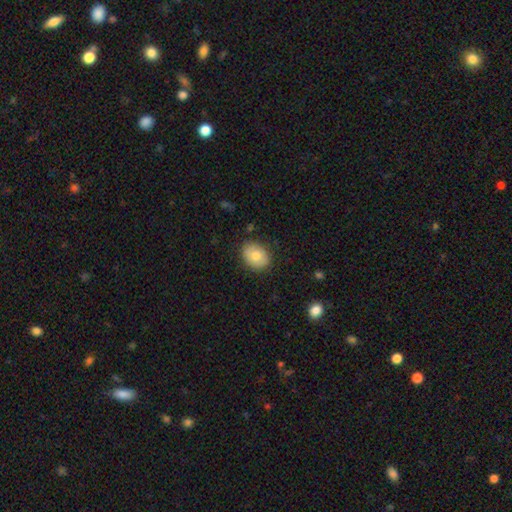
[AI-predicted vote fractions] Smooth or featured: smooth — 76% (featured or disk — 16%)
How rounded: in between — 61% (round — 38%)
Merging: none — 85% (minor disturbance — 12%)